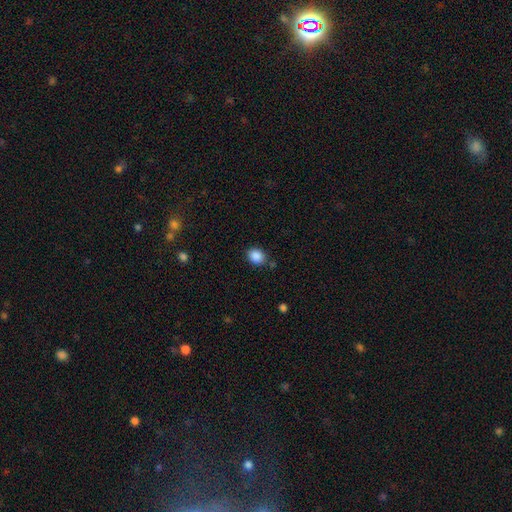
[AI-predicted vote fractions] smooth 87%, star or artifact 9%, featured or disk 3%. Down the decision tree: how rounded — round (57%); merging — none (81%).